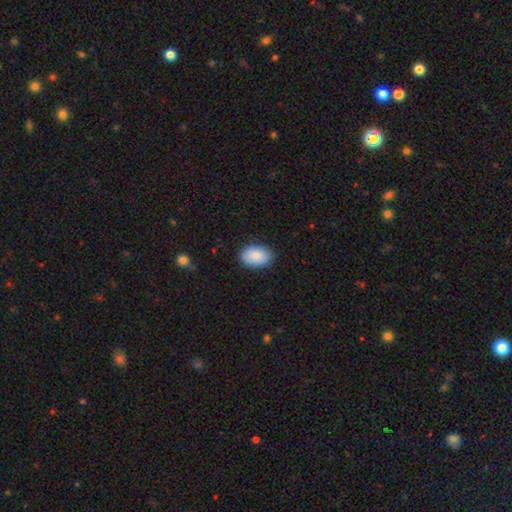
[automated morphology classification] Q: Smooth or featured?
A: smooth (87%); runner-up: featured or disk (7%)
Q: How rounded?
A: in between (88%); runner-up: round (11%)
Q: Merging?
A: none (87%); runner-up: minor disturbance (10%)